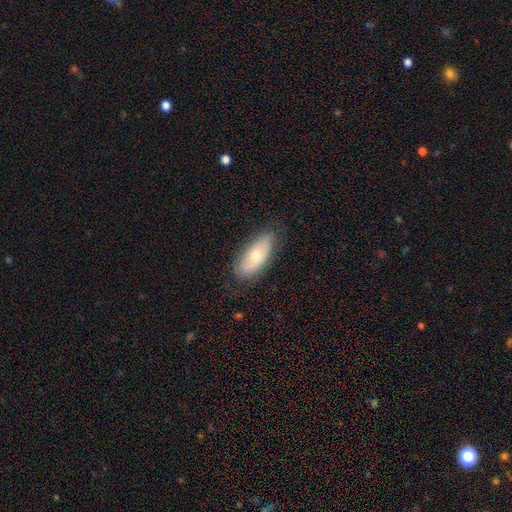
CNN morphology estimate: Smooth or featured?
  - smooth: 63% *
  - featured or disk: 31%
  - star or artifact: 7%
How rounded?
  - in between: 83% *
  - cigar-shaped: 14%
  - round: 3%
Merging?
  - none: 78% *
  - minor disturbance: 17%
  - major disturbance: 4%
  - merger: 1%